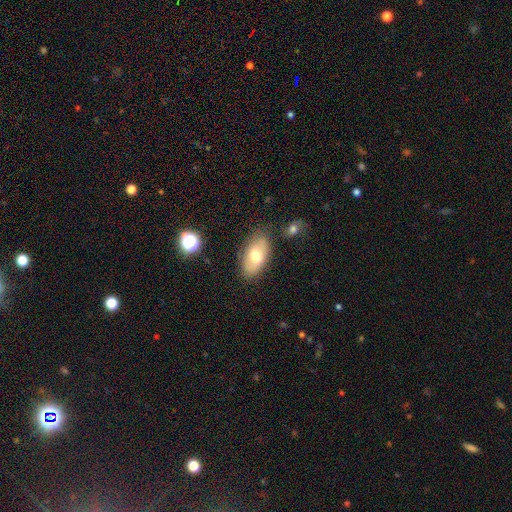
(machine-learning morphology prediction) The model was most divided on "smooth or featured": smooth: 65%, featured or disk: 27%, star or artifact: 8%. More confident: how rounded — in between (93%); merging — none (77%).